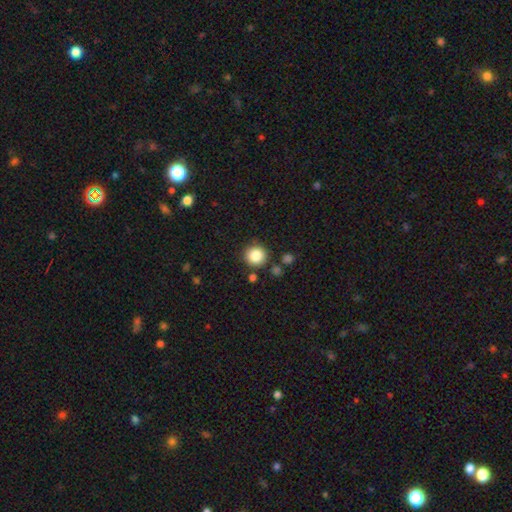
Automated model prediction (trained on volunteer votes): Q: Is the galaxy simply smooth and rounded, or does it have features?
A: smooth — 85%.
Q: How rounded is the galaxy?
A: round — 94%.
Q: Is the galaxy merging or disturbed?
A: none — 85%.